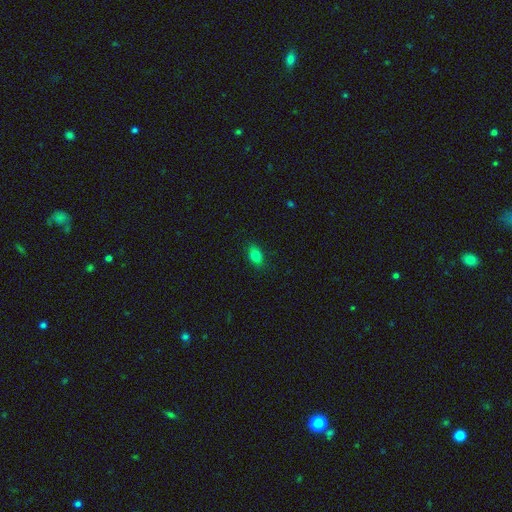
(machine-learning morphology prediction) smooth-or-featured: smooth: 80% | star or artifact: 11% | featured or disk: 8%
  how-rounded: in between: 83% | round: 13% | cigar-shaped: 4%
  merging: none: 85% | minor disturbance: 11% | major disturbance: 2% | merger: 1%